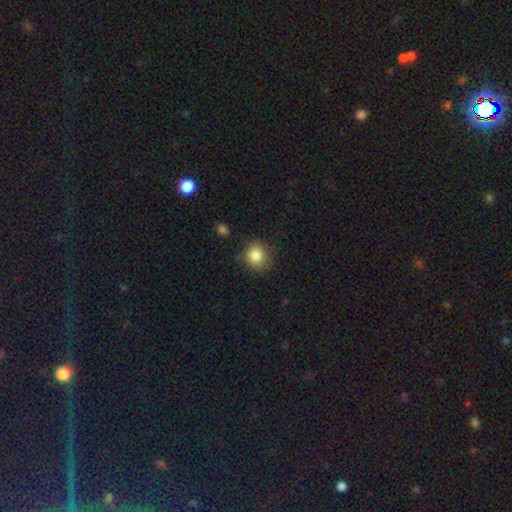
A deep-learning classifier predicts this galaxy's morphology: Smooth or featured?
  - smooth: 84% *
  - star or artifact: 10%
  - featured or disk: 7%
How rounded?
  - round: 80% *
  - in between: 19%
  - cigar-shaped: 1%
Merging?
  - none: 76% *
  - minor disturbance: 17%
  - major disturbance: 4%
  - merger: 2%